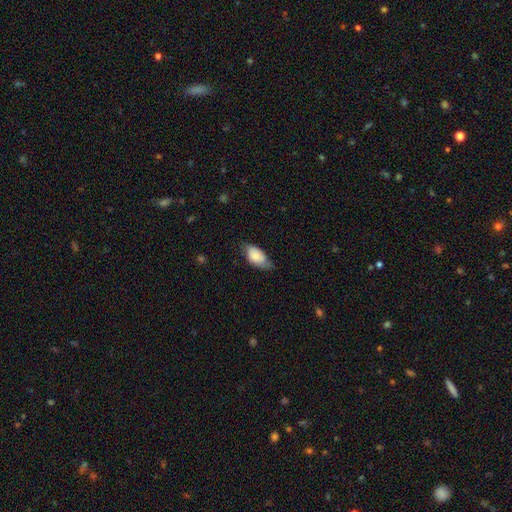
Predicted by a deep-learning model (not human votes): Morphology: type=smooth (79%); roundness=in between (93%); merging=none (57%).